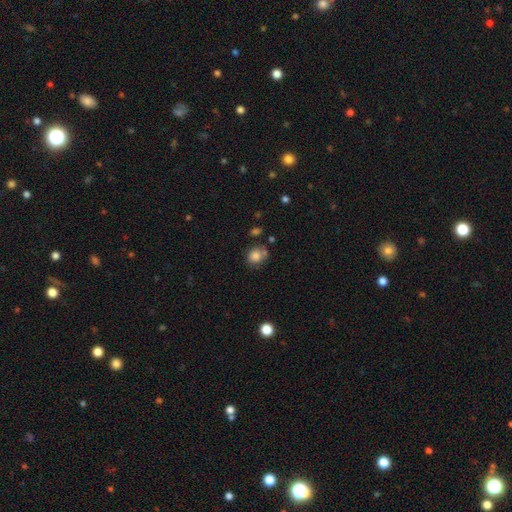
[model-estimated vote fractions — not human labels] Morphology: type=smooth (81%); roundness=round (68%); merging=none (57%).